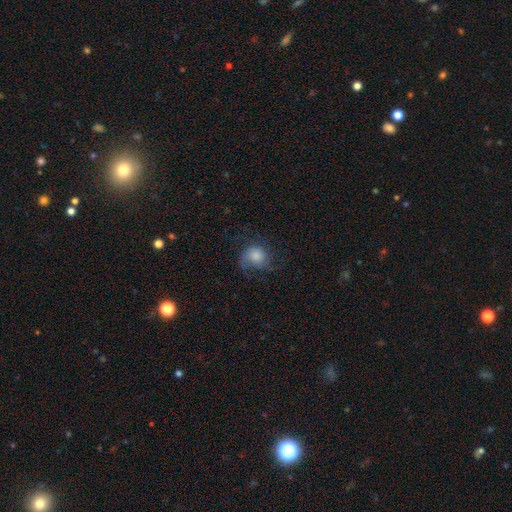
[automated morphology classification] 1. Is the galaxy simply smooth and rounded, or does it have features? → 55% smooth, 34% featured or disk, 10% star or artifact.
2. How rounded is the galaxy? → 73% round, 26% in between, 1% cigar-shaped.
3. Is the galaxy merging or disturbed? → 54% none, 22% major disturbance, 22% minor disturbance, 1% merger.